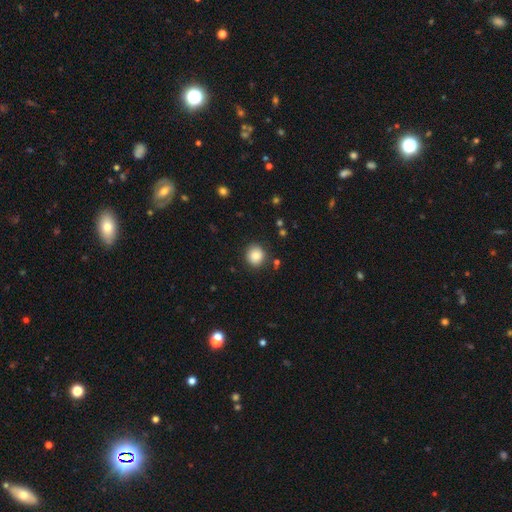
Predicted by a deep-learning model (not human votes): Morphology: type=smooth (86%); roundness=round (86%); merging=none (87%).